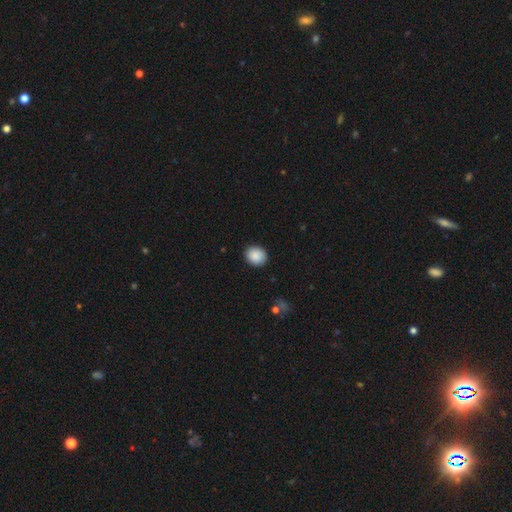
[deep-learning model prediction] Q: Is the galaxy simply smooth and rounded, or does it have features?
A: smooth — 89%.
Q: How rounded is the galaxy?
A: round — 70%.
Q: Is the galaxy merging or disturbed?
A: none — 90%.